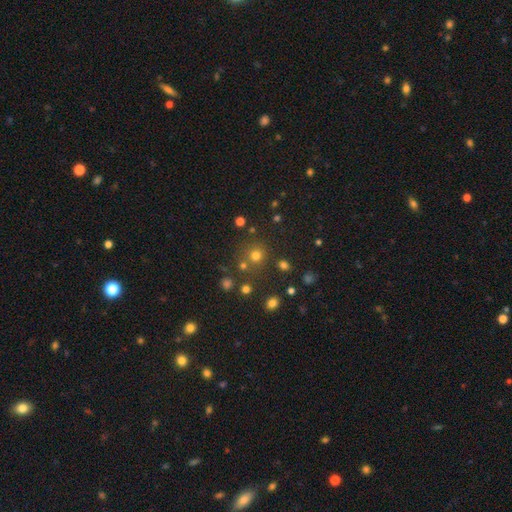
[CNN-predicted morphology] This appears to be a smooth galaxy with no disk features (69%) that is round (91%). Merging: none (75%).